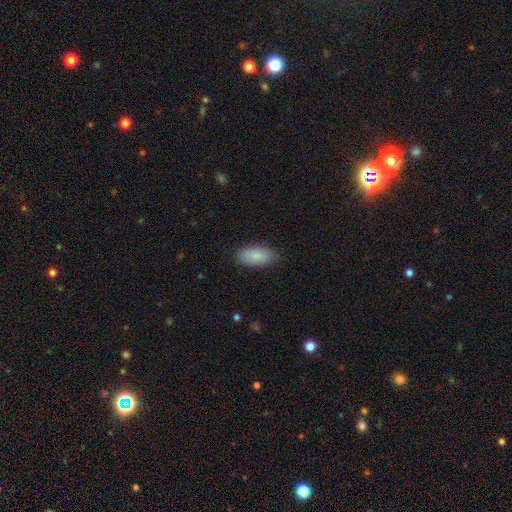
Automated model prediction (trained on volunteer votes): Smooth or featured: smooth — 84% (featured or disk — 10%)
How rounded: in between — 91% (cigar-shaped — 6%)
Merging: none — 81% (minor disturbance — 15%)